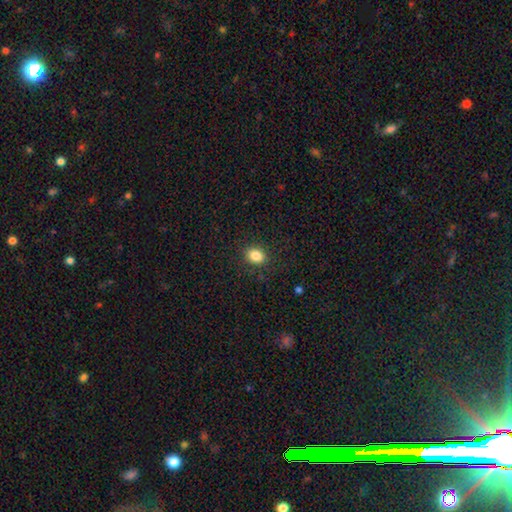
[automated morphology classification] Overall: smooth (85%). How rounded: in between (51%; round 48%). Merging: none (87%).